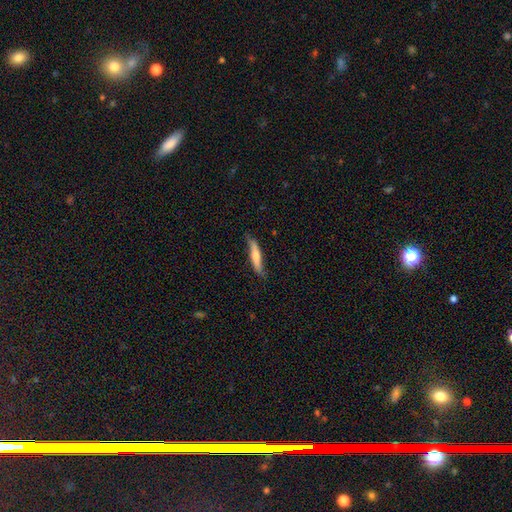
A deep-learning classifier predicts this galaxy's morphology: smooth_or_featured: smooth (p=0.54) [alt: featured or disk p=0.41]
how_rounded: cigar-shaped (p=0.89) [alt: in between p=0.10]
merging: none (p=0.76) [alt: minor disturbance p=0.20]